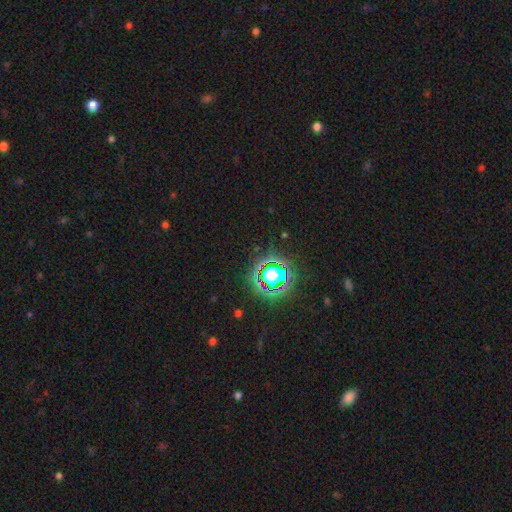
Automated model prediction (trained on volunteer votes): This appears to be a star or artifact, not a galaxy (83%).